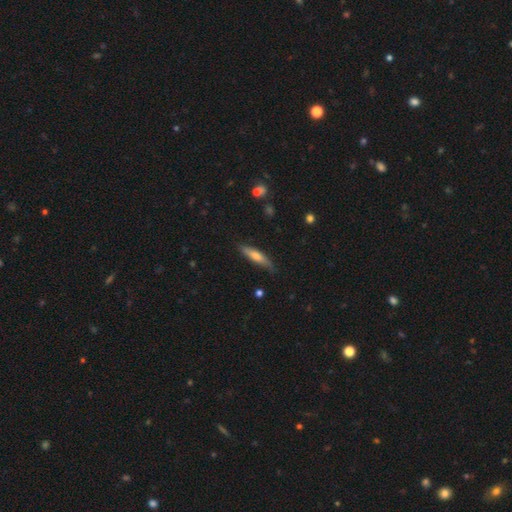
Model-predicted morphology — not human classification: Smooth or featured?
  - smooth: 62% *
  - featured or disk: 33%
  - star or artifact: 6%
How rounded?
  - cigar-shaped: 80% *
  - in between: 18%
  - round: 2%
Merging?
  - none: 80% *
  - minor disturbance: 16%
  - major disturbance: 3%
  - merger: 1%